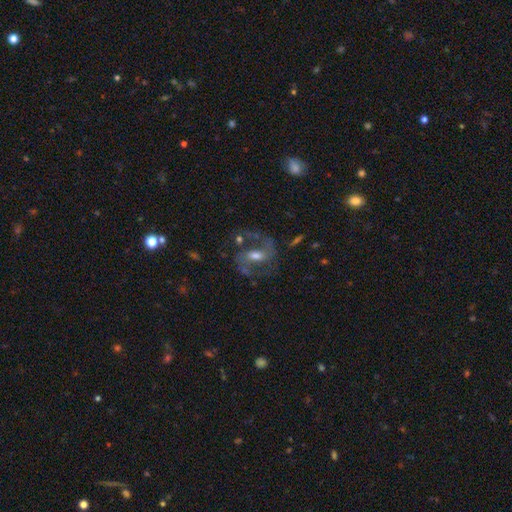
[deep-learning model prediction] Overall: featured or disk (83%). Edge-on disk: no (97%). Bar: weak (47%; strong 32%). Spiral arms: yes (94%). Spiral arm count: 2 (90%). Spiral winding: medium (58%; loose 28%). Bulge size: moderate (58%; small 29%). Merging: none (69%).